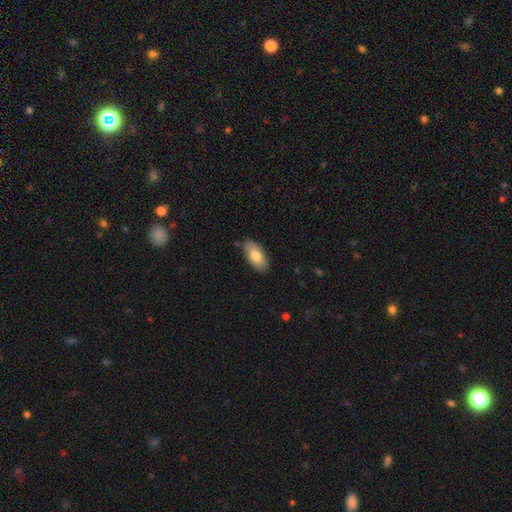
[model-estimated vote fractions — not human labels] smooth_or_featured: smooth (p=0.77) [alt: featured or disk p=0.17]
how_rounded: in between (p=0.92) [alt: cigar-shaped p=0.05]
merging: none (p=0.86) [alt: minor disturbance p=0.11]